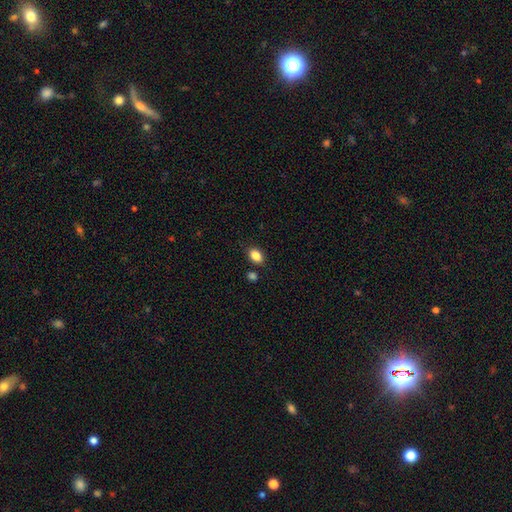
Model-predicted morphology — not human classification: Smooth or featured? smooth (86%)
How rounded? in between (83%)
Merging? none (82%)